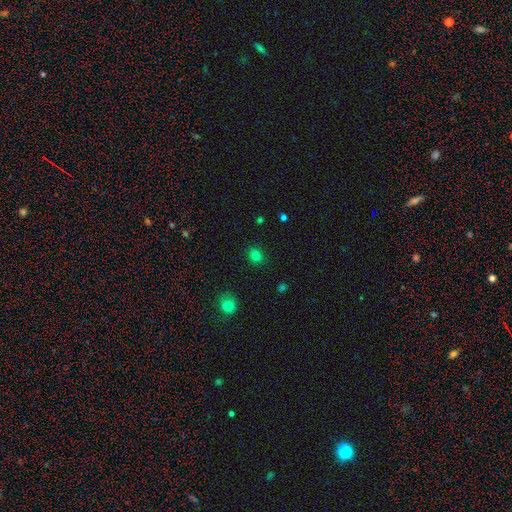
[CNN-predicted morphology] This appears to be a smooth galaxy with no disk features (80%) that is round (72%). Merging: none (88%).